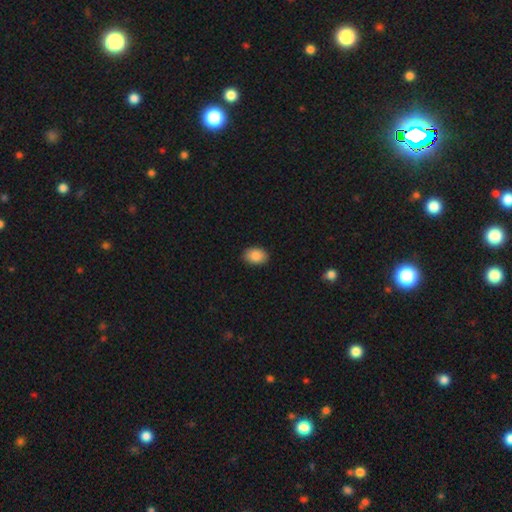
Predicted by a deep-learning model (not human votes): smooth-or-featured: smooth: 88% | star or artifact: 7% | featured or disk: 4%
  how-rounded: in between: 79% | round: 20% | cigar-shaped: 1%
  merging: none: 89% | minor disturbance: 8% | major disturbance: 2% | merger: 1%